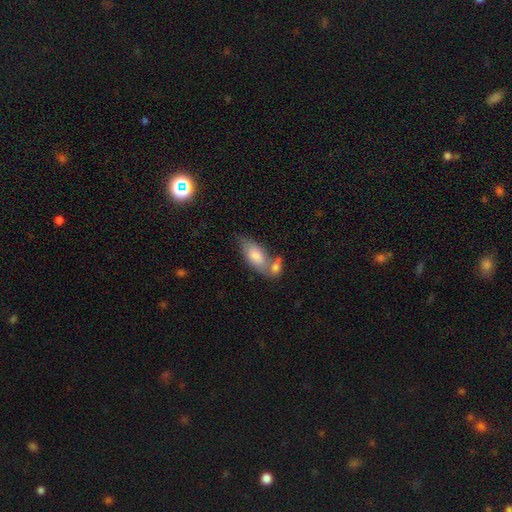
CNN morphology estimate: Smooth or featured: smooth — 69% (featured or disk — 23%)
How rounded: in between — 83% (cigar-shaped — 12%)
Merging: merger — 39% (none — 38%)